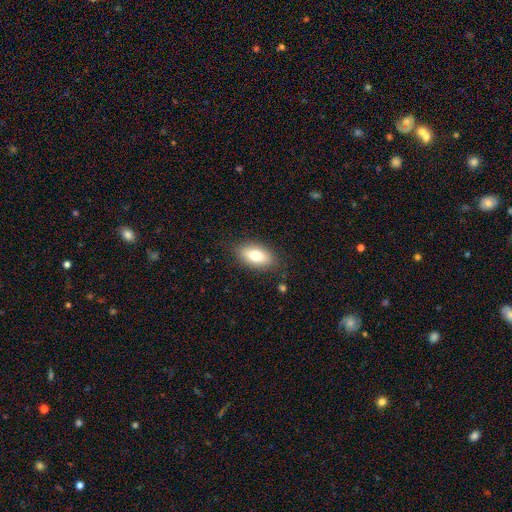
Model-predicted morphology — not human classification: Smooth or featured? smooth (77%)
How rounded? in between (89%)
Merging? none (84%)